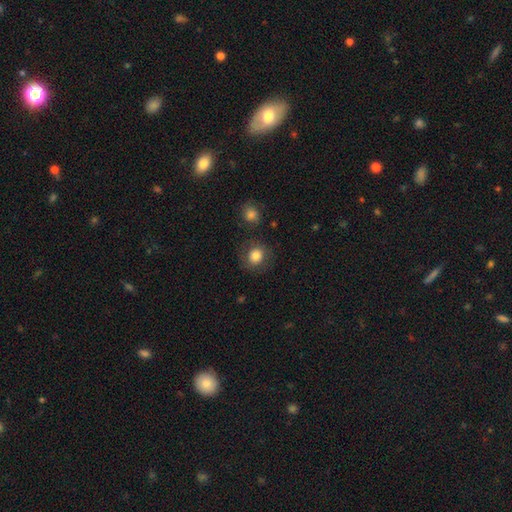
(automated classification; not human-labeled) Overall: smooth (82%). How rounded: round (82%). Merging: none (81%).